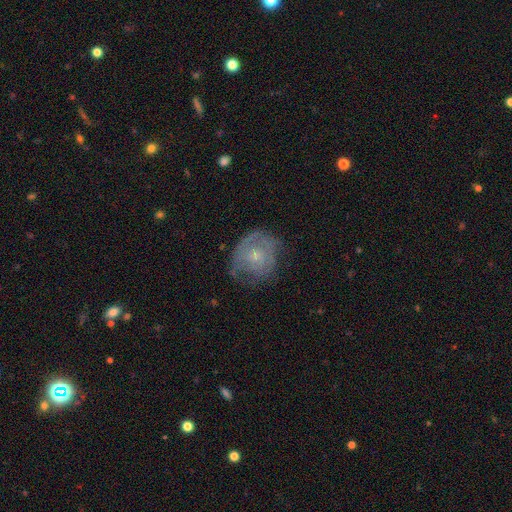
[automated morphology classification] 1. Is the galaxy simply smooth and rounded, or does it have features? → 61% featured or disk, 31% smooth, 8% star or artifact.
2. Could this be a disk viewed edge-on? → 97% no, 3% yes.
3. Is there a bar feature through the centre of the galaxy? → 81% no, 17% weak, 2% strong.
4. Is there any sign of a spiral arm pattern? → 70% yes, 30% no.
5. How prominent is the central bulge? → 65% small, 27% moderate, 5% none, 2% large, 1% dominant.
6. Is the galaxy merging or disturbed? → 58% none, 26% minor disturbance, 15% major disturbance, 2% merger.